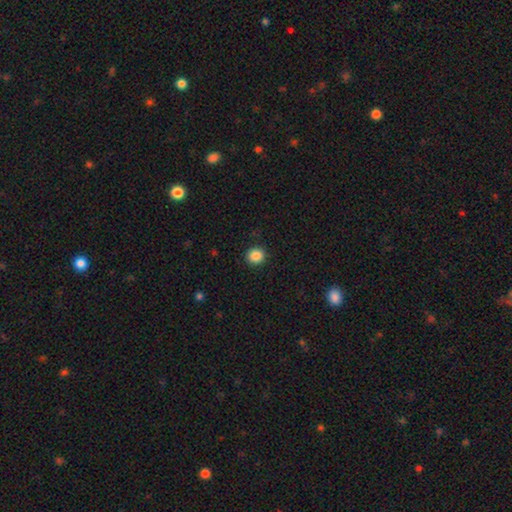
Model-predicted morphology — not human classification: Overall: smooth (87%). How rounded: round (88%). Merging: none (91%).